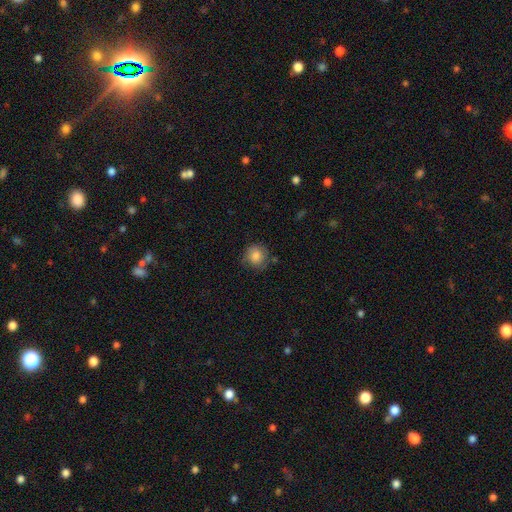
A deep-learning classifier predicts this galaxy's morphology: type=smooth (78%); roundness=round (87%); merging=none (70%).